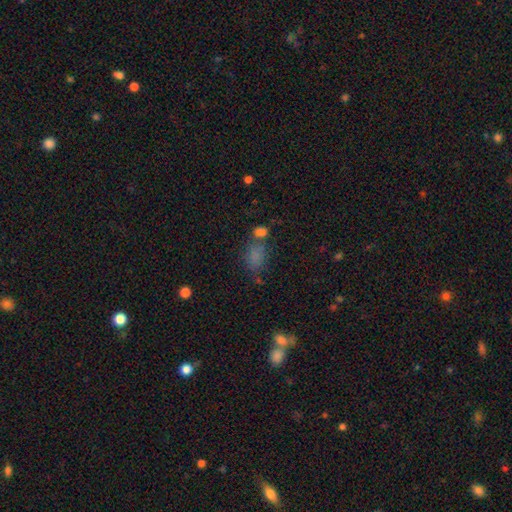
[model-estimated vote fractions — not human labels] Q: Smooth or featured?
A: smooth (75%); runner-up: star or artifact (17%)
Q: How rounded?
A: in between (78%); runner-up: round (20%)
Q: Merging?
A: none (49%); runner-up: merger (25%)